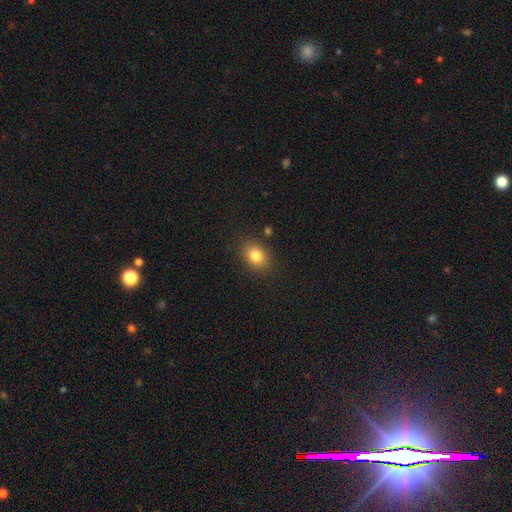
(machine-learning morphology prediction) Smooth or featured?
  - smooth: 82% *
  - star or artifact: 11%
  - featured or disk: 8%
How rounded?
  - in between: 58% *
  - round: 41%
  - cigar-shaped: 1%
Merging?
  - none: 85% *
  - minor disturbance: 10%
  - major disturbance: 3%
  - merger: 2%